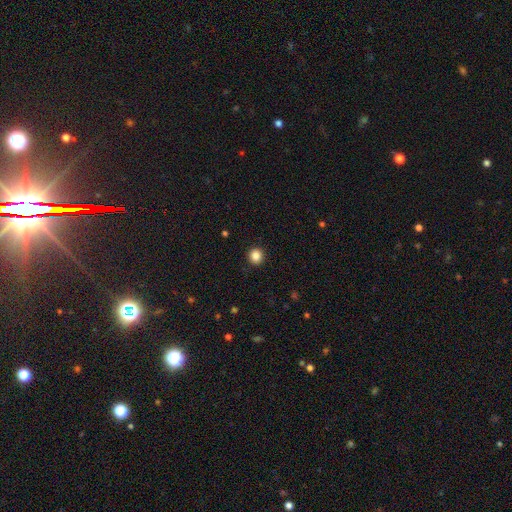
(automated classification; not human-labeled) smooth_or_featured: smooth (p=0.86) [alt: star or artifact p=0.11]
how_rounded: round (p=0.91) [alt: in between p=0.08]
merging: none (p=0.93) [alt: minor disturbance p=0.05]